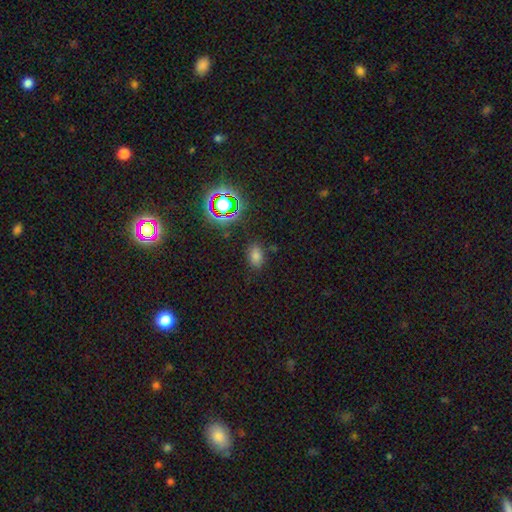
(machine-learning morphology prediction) Smooth or featured? smooth (69%)
How rounded? in between (83%)
Merging? none (83%)